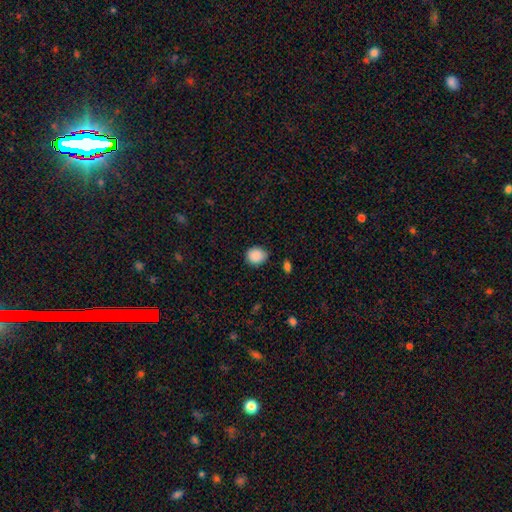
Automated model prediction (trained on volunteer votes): Smooth or featured? Predicted: smooth (p=0.89). How rounded? Predicted: round (p=0.69). Merging? Predicted: none (p=0.80).